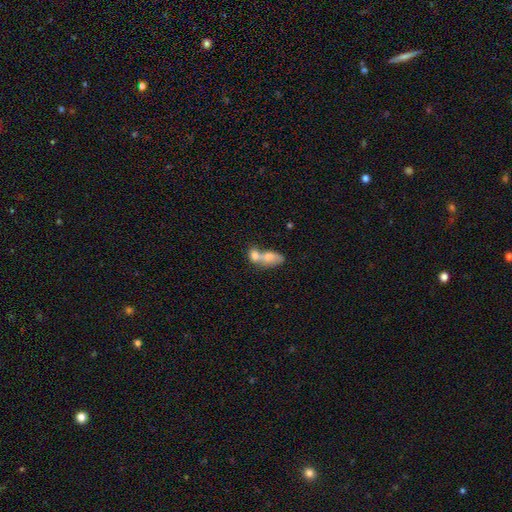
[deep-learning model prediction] Q: Smooth or featured?
A: smooth (72%); runner-up: featured or disk (20%)
Q: How rounded?
A: in between (72%); runner-up: round (20%)
Q: Merging?
A: merger (75%); runner-up: none (16%)